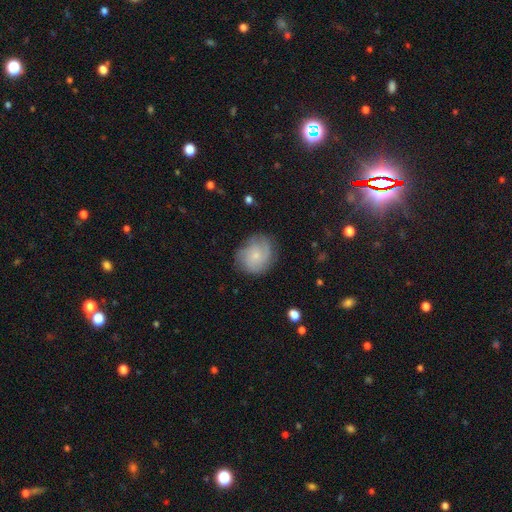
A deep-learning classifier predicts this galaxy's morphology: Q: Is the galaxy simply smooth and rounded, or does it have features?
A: smooth — 47%.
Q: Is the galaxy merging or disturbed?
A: none — 72%.